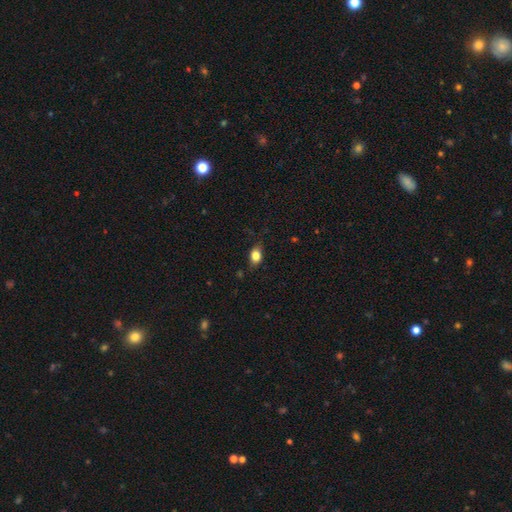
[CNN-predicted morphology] This appears to be a smooth galaxy with no disk features (81%) that is in between round and cigar-shaped (76%). Merging: none (75%).